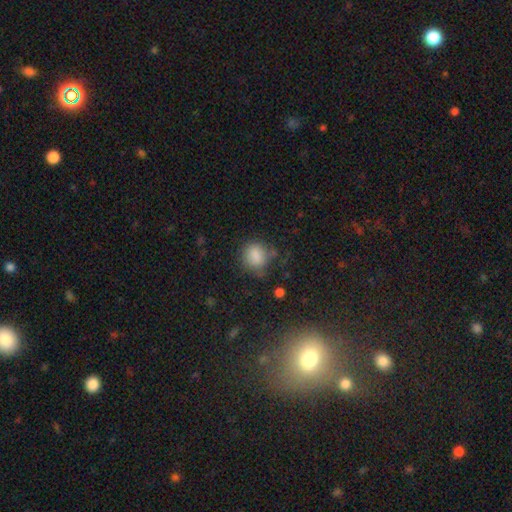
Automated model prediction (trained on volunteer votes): smooth 82%, star or artifact 10%, featured or disk 8%. Down the decision tree: how rounded — round (69%); merging — none (58%).